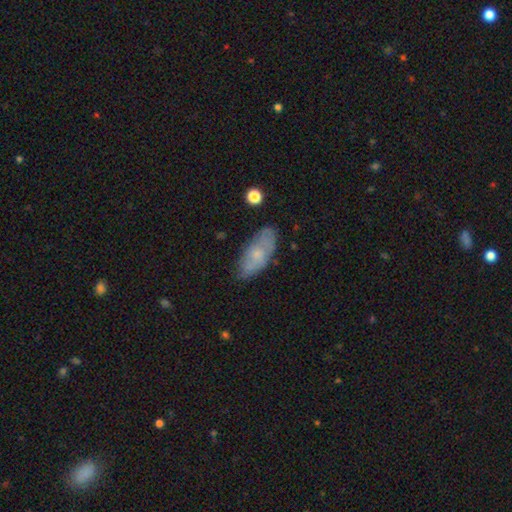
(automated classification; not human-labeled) smooth 56%, featured or disk 36%, star or artifact 8%. Down the decision tree: how rounded — in between (84%); merging — none (73%).